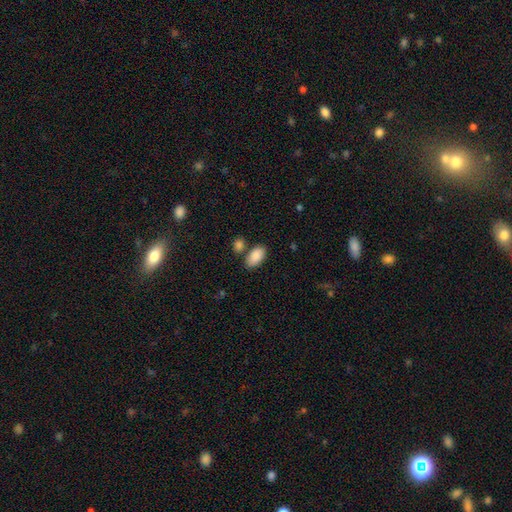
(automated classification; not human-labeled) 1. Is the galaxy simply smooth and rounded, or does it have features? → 88% smooth, 7% star or artifact, 5% featured or disk.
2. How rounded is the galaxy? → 94% in between, 4% round, 2% cigar-shaped.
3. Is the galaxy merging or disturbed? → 72% none, 14% merger, 11% minor disturbance, 3% major disturbance.